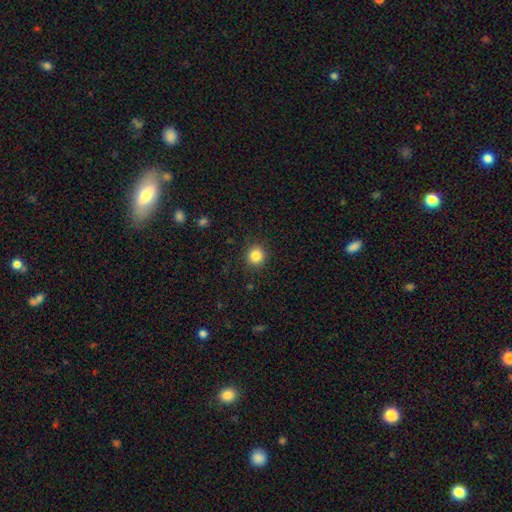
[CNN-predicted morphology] Smooth or featured? smooth (85%)
How rounded? round (89%)
Merging? none (89%)